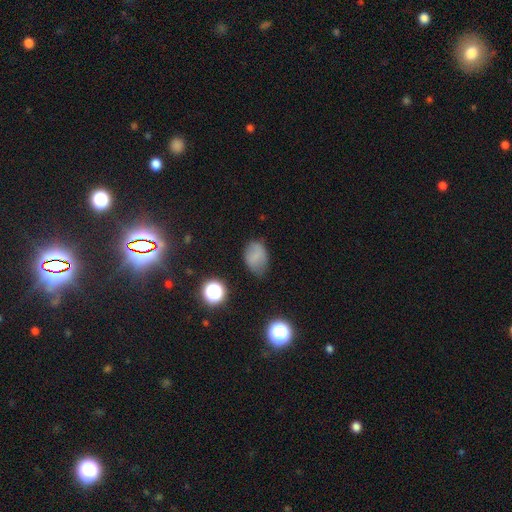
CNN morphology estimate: A smooth galaxy with no disk features (71%) that is in between round and cigar-shaped (78%).

Vote fractions:
- Smooth or featured? smooth: 71% / star or artifact: 14% / featured or disk: 14%
- How rounded? in between: 78% / round: 21% / cigar-shaped: 1%
- Merging? none: 60% / minor disturbance: 29% / major disturbance: 9% / merger: 2%